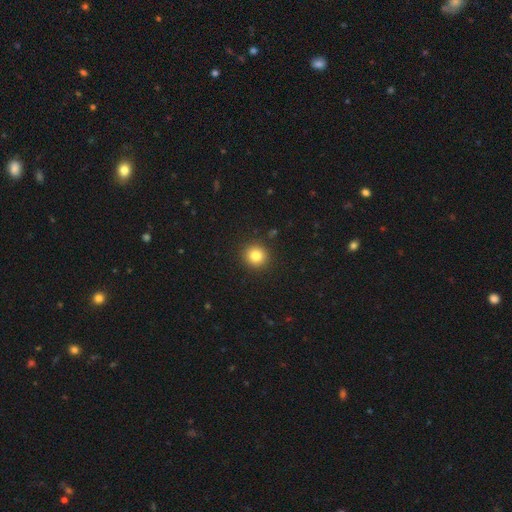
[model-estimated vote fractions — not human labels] A smooth galaxy with no disk features (82%) that is round (93%).

Vote fractions:
- Smooth or featured? smooth: 82% / star or artifact: 11% / featured or disk: 6%
- How rounded? round: 93% / in between: 6% / cigar-shaped: 1%
- Merging? none: 92% / minor disturbance: 5% / major disturbance: 2% / merger: 1%